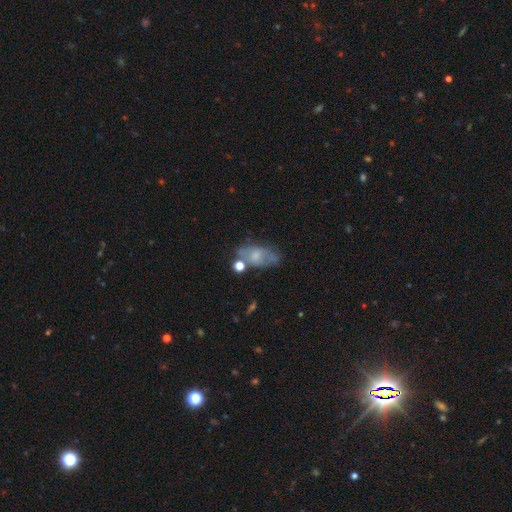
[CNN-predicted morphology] A smooth galaxy with no disk features (55%) that is in between round and cigar-shaped (87%). Merging: none (47%).